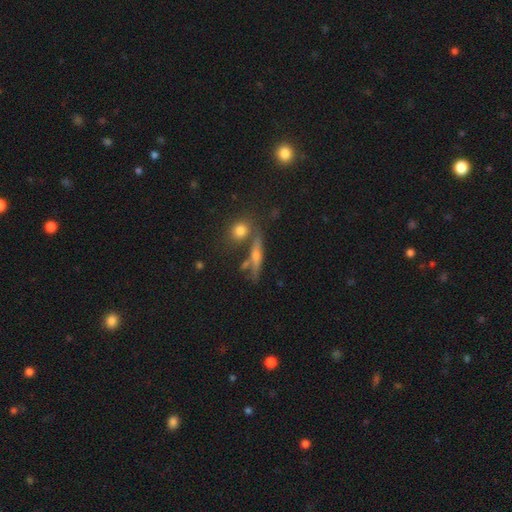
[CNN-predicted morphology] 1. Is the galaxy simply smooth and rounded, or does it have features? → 56% featured or disk, 30% smooth, 14% star or artifact.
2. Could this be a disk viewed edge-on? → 87% yes, 13% no.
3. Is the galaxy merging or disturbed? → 69% none, 13% minor disturbance, 13% merger, 5% major disturbance.